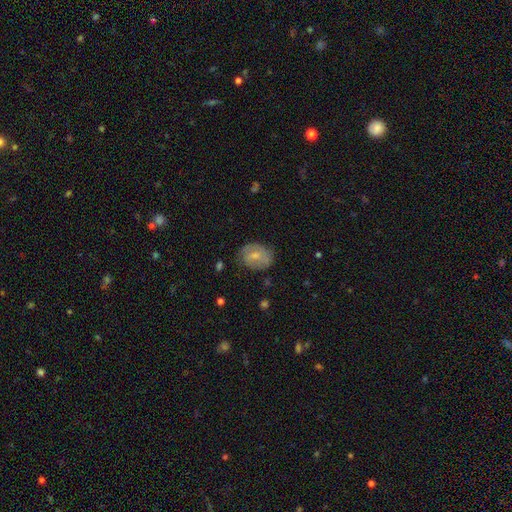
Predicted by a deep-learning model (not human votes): Smooth or featured? Predicted: smooth (p=0.59). How rounded? Predicted: in between (p=0.65). Merging? Predicted: none (p=0.64).